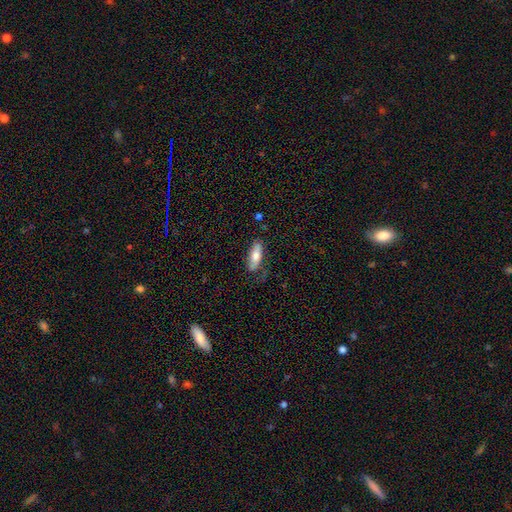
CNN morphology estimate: The model was most divided on "how rounded": in between: 62%, cigar-shaped: 36%, round: 2%. More confident: smooth or featured — smooth (69%); merging — none (61%).